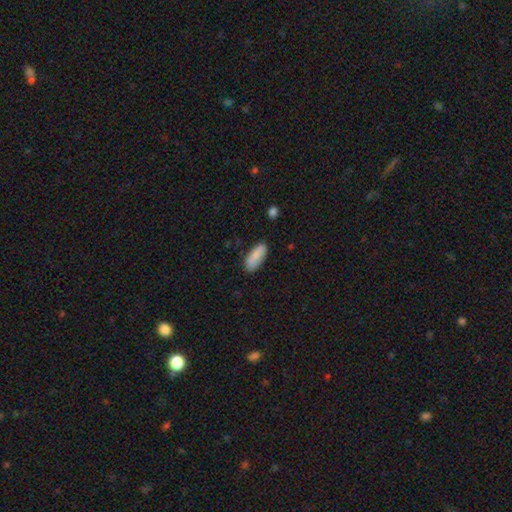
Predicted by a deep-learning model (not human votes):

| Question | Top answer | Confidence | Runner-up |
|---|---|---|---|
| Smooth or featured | smooth | 88% | star or artifact (6%) |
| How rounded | in between | 79% | cigar-shaped (19%) |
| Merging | none | 81% | minor disturbance (14%) |